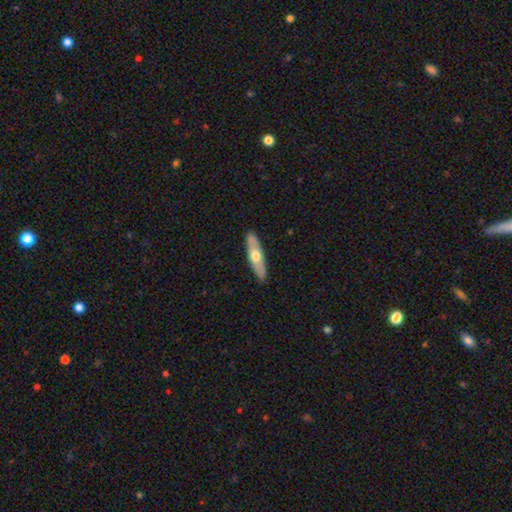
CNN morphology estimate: The model was most divided on "smooth or featured": smooth: 51%, featured or disk: 44%, star or artifact: 5%. More confident: merging — none (88%); how rounded — cigar-shaped (68%).